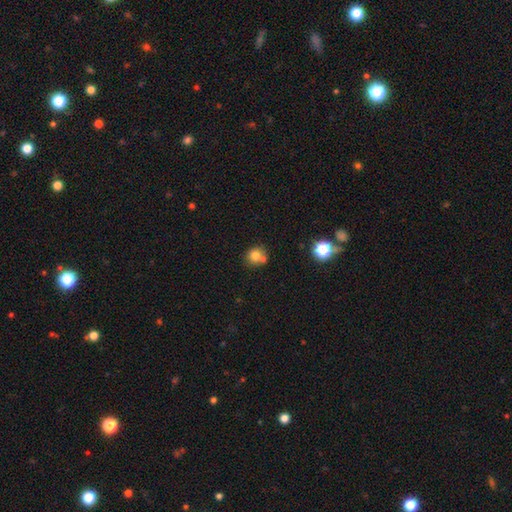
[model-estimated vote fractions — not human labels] Smooth or featured: smooth — 76% (star or artifact — 13%)
How rounded: round — 83% (in between — 16%)
Merging: none — 55% (merger — 31%)